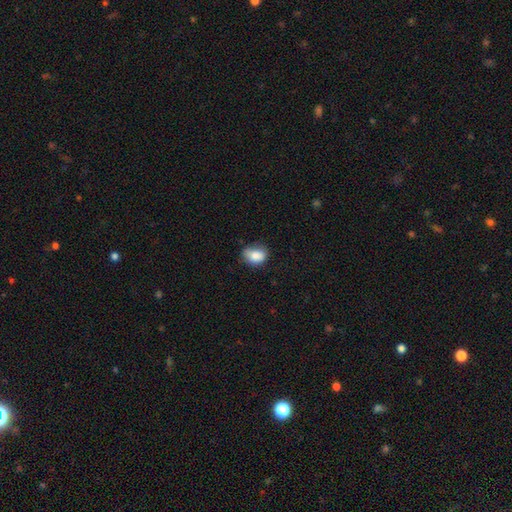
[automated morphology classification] Smooth or featured: smooth — 83% (star or artifact — 9%)
How rounded: in between — 65% (round — 34%)
Merging: none — 53% (minor disturbance — 35%)